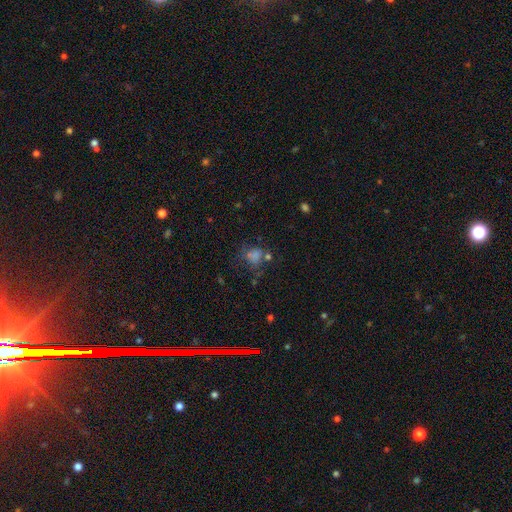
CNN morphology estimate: type=smooth (51%); roundness=round (60%); merging=none (48%).